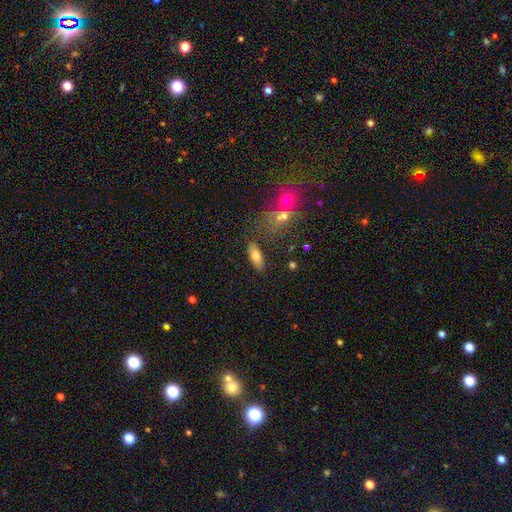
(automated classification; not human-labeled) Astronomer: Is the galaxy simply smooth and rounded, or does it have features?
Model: smooth — 78%.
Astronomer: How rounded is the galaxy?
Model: in between — 78%.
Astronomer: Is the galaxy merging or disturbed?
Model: none — 80%.